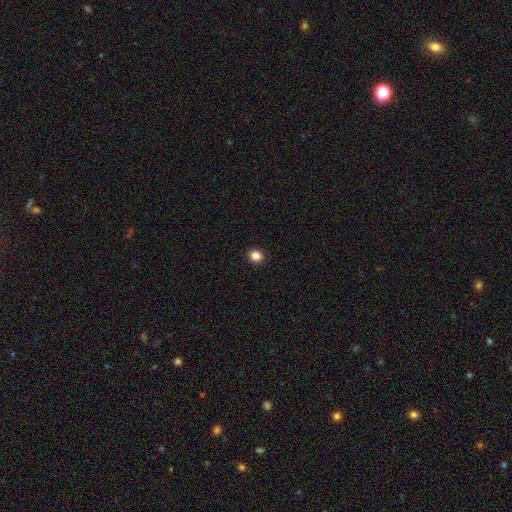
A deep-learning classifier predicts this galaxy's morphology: Smooth or featured? Predicted: smooth (p=0.85). How rounded? Predicted: round (p=0.77). Merging? Predicted: none (p=0.93).